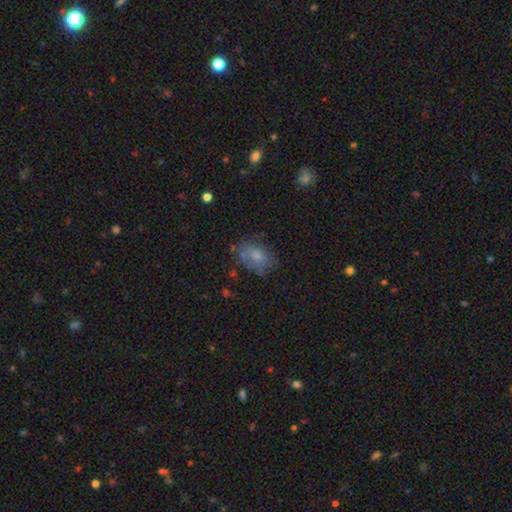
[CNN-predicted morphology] This appears to be a smooth galaxy with no disk features (68%) that is in between round and cigar-shaped (78%). Merging: none (60%).